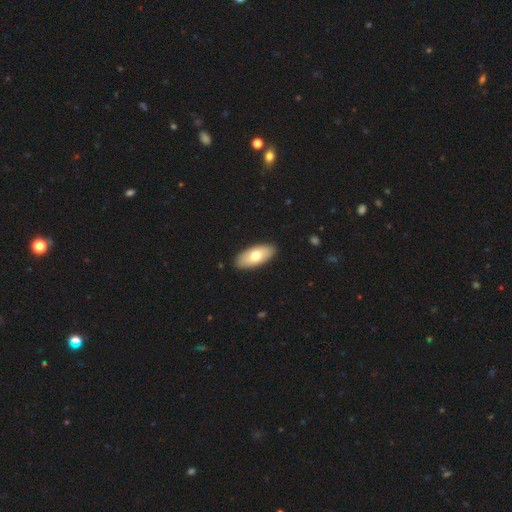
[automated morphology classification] smooth 70%, featured or disk 25%, star or artifact 5%. Down the decision tree: how rounded — in between (90%); merging — none (90%).